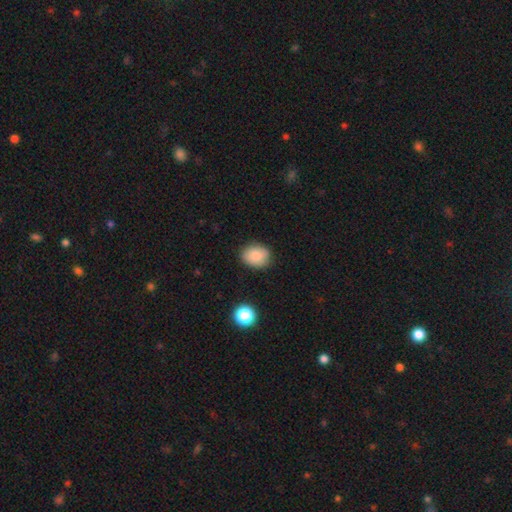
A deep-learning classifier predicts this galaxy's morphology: smooth 86%, star or artifact 8%, featured or disk 5%. Down the decision tree: how rounded — in between (53%); merging — none (84%).